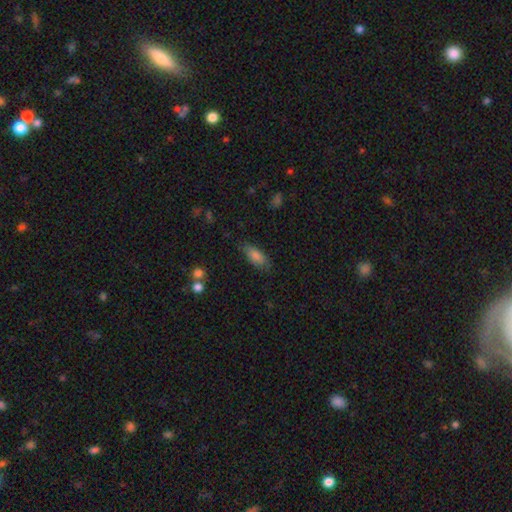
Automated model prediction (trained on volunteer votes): Smooth or featured? Predicted: smooth (p=0.82). How rounded? Predicted: in between (p=0.76). Merging? Predicted: none (p=0.75).